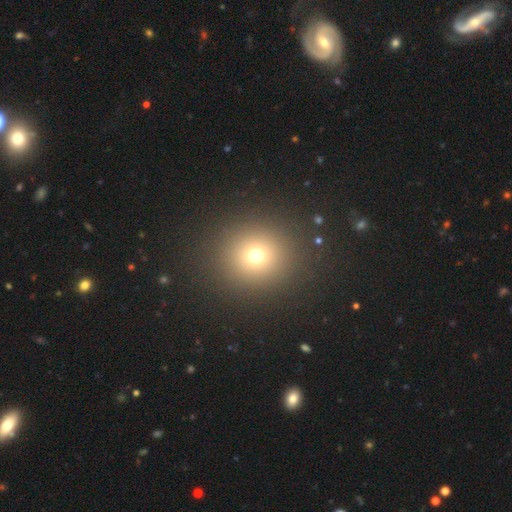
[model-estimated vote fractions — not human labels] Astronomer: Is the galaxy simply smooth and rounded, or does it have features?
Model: smooth — 69%.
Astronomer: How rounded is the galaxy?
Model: round — 89%.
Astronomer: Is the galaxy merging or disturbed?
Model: none — 89%.